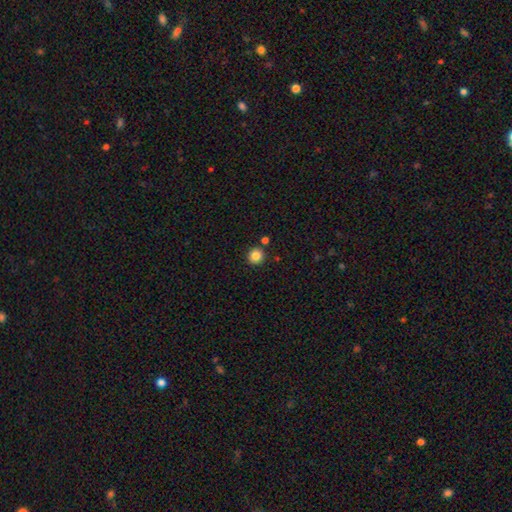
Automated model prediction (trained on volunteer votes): smooth_or_featured: smooth (p=0.85) [alt: star or artifact p=0.11]
how_rounded: round (p=0.93) [alt: in between p=0.06]
merging: none (p=0.87) [alt: minor disturbance p=0.06]